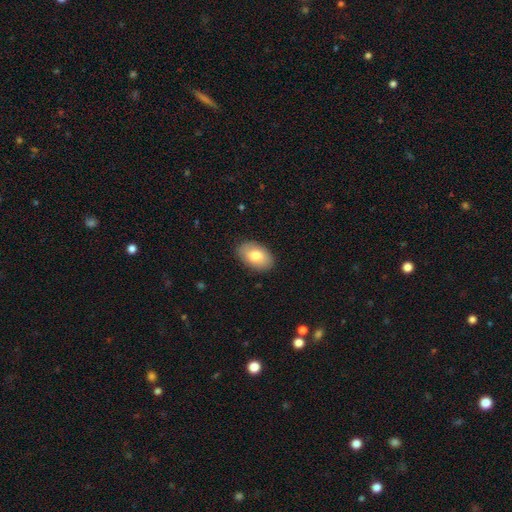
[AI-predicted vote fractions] Overall: smooth (78%). How rounded: in between (90%). Merging: none (87%).